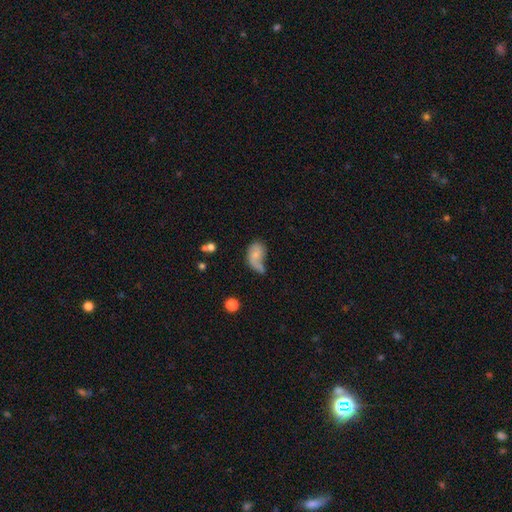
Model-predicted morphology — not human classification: Smooth or featured?
  - smooth: 52% *
  - featured or disk: 39%
  - star or artifact: 9%
How rounded?
  - in between: 84% *
  - round: 14%
  - cigar-shaped: 2%
Merging?
  - major disturbance: 33% *
  - minor disturbance: 27%
  - none: 25%
  - merger: 15%